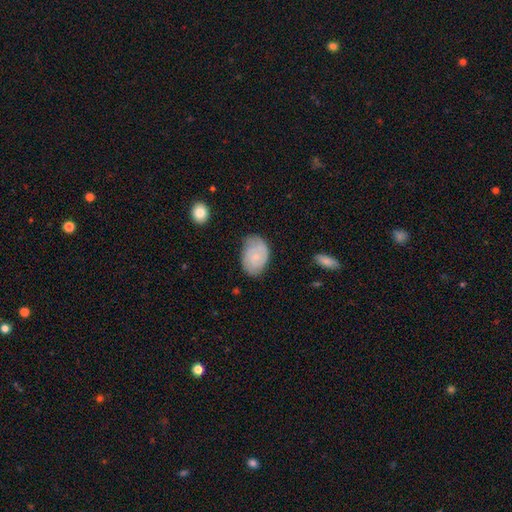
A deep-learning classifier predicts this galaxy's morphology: Smooth or featured?
  - smooth: 52% *
  - featured or disk: 40%
  - star or artifact: 7%
How rounded?
  - in between: 85% *
  - round: 13%
  - cigar-shaped: 1%
Merging?
  - none: 64% *
  - minor disturbance: 27%
  - major disturbance: 7%
  - merger: 2%